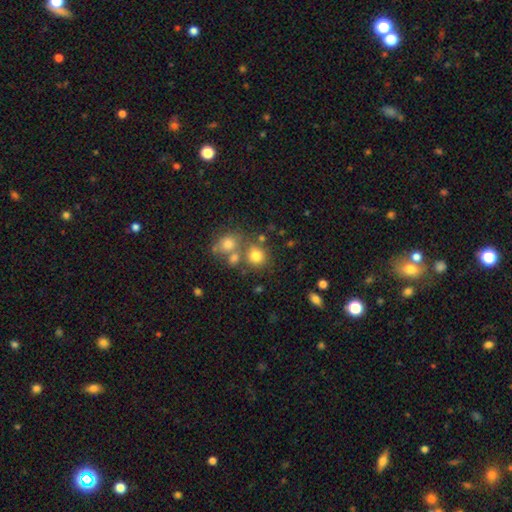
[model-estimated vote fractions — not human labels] Overall: smooth (76%). How rounded: round (82%). Merging: none (58%; merger 28%).